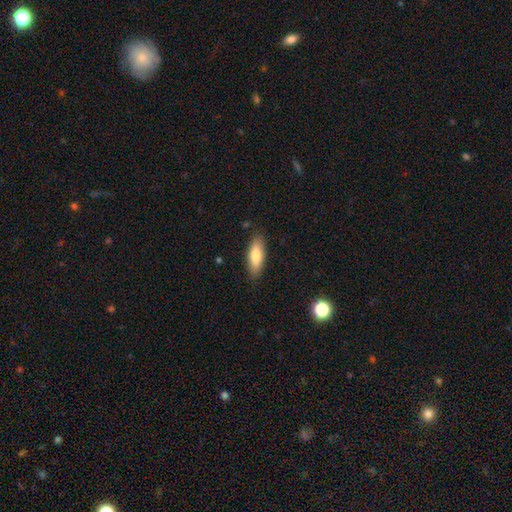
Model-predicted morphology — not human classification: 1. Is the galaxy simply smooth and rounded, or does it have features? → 76% smooth, 17% featured or disk, 6% star or artifact.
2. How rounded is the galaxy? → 64% in between, 34% cigar-shaped, 2% round.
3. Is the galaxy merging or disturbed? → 86% none, 10% minor disturbance, 2% major disturbance, 1% merger.